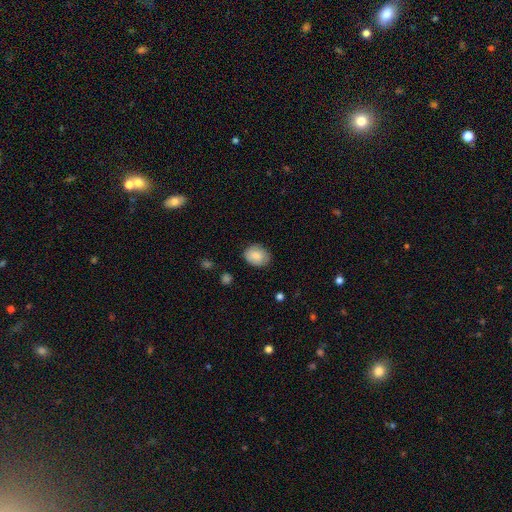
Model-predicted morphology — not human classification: The model was most divided on "how rounded": in between: 62%, round: 38%, cigar-shaped: 1%. More confident: smooth or featured — smooth (84%); merging — none (81%).